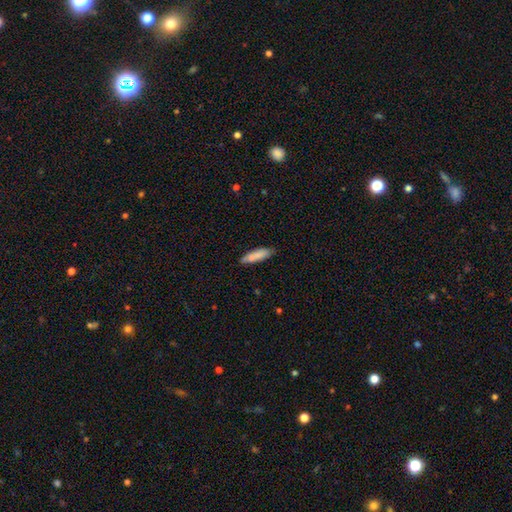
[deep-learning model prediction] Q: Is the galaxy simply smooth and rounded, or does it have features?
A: smooth — 79%.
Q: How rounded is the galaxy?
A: cigar-shaped — 60%.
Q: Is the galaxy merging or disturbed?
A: none — 75%.